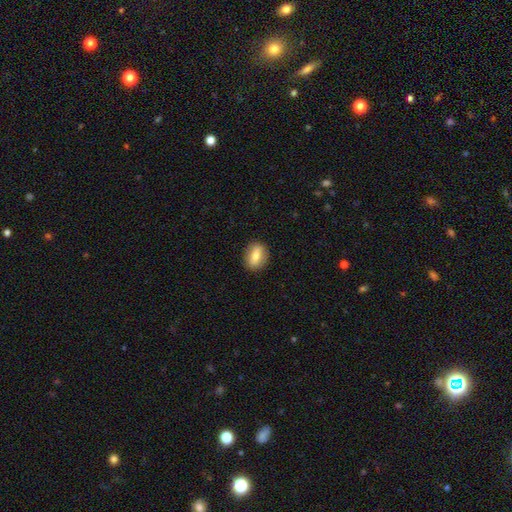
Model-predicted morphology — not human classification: This is likely a smooth galaxy (64%). How rounded: likely in between (63%). Merging: clearly none (88%).